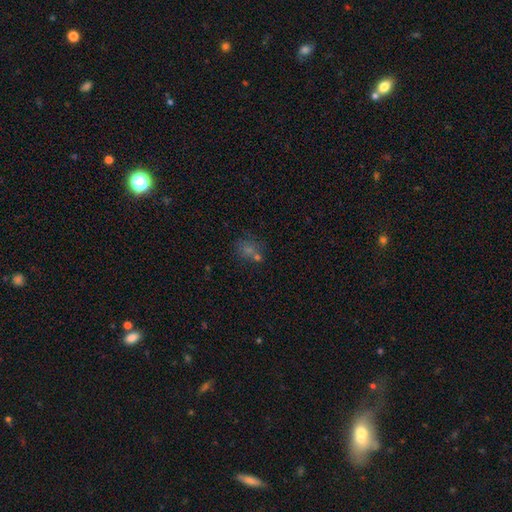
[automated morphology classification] Smooth or featured? smooth (51%)
How rounded? round (76%)
Merging? none (60%)